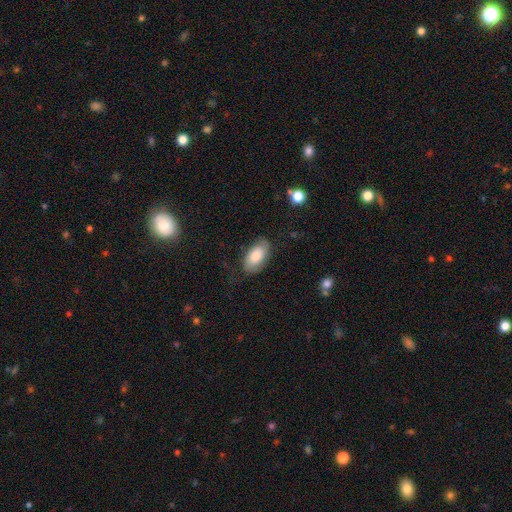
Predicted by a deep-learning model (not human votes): Smooth or featured? smooth (69%)
How rounded? in between (94%)
Merging? none (68%)